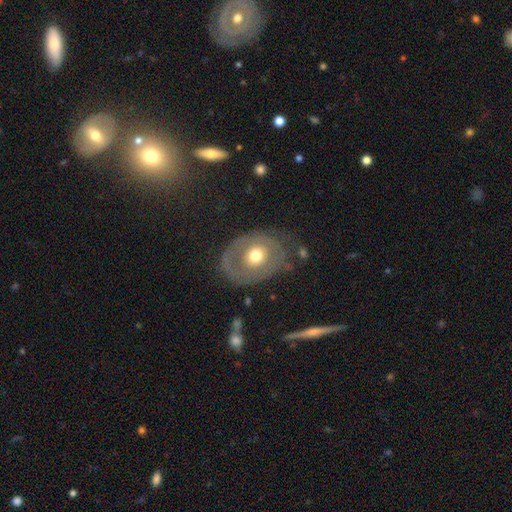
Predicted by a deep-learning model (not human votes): Smooth or featured? featured or disk (52%)
Edge-on disk? no (94%)
Merging? none (62%)